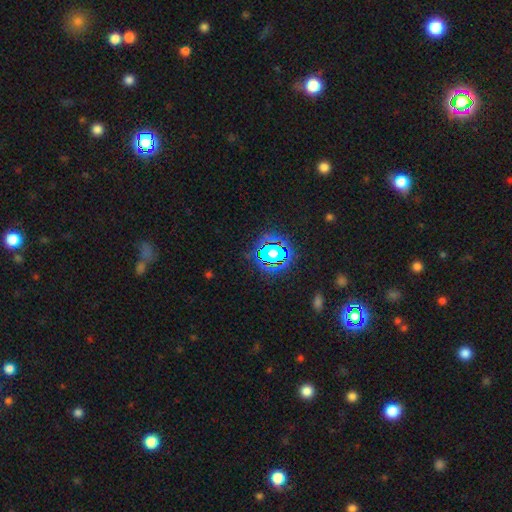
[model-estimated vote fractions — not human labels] Smooth or featured? Predicted: star or artifact (p=0.78).